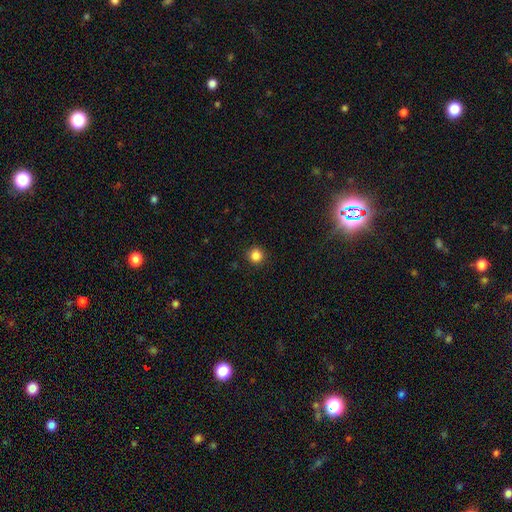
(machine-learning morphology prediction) Smooth or featured? smooth (84%)
How rounded? round (95%)
Merging? none (92%)